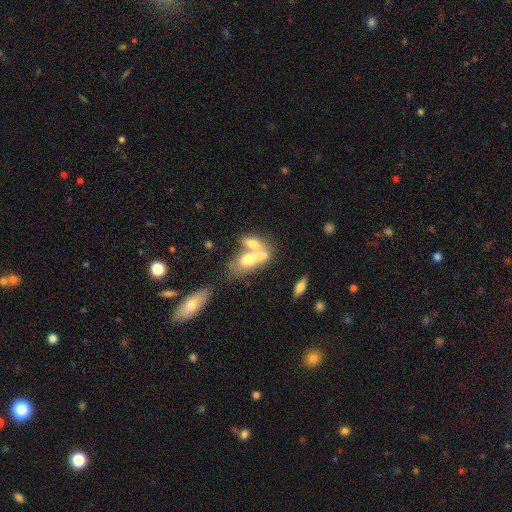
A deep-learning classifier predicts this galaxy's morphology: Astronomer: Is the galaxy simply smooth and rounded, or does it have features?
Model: smooth — 54% (runner-up: featured or disk, 36%).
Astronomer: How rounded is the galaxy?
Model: in between — 77%.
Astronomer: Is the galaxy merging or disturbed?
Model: merger — 64%.